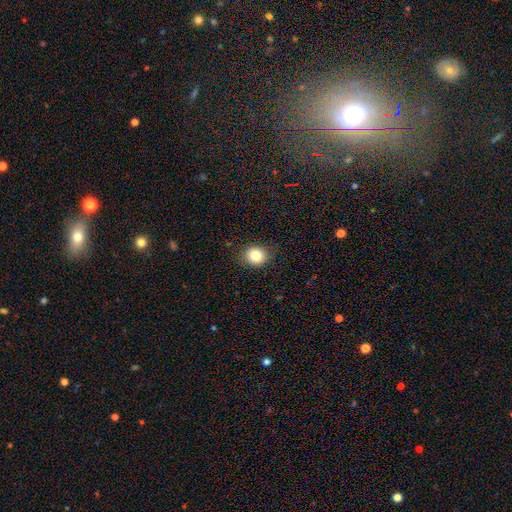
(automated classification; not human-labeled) Smooth or featured? smooth (82%)
How rounded? round (76%)
Merging? none (85%)